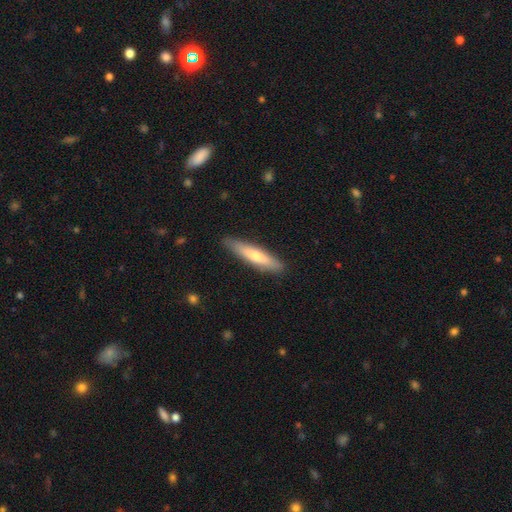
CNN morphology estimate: This appears to be a smooth galaxy with no disk features (60%) that is cigar-shaped (85%). Merging: none (88%).